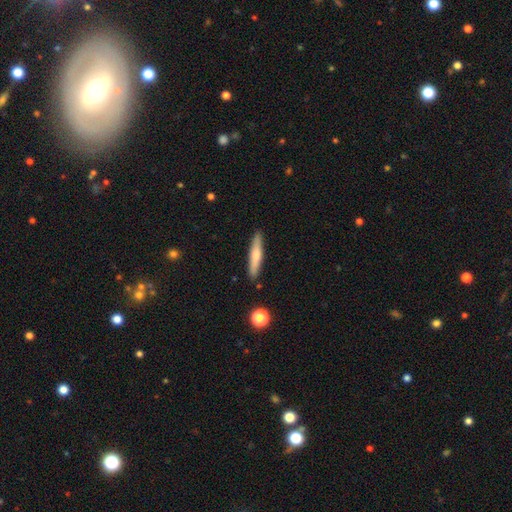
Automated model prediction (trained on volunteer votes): Smooth or featured? smooth (58%)
How rounded? cigar-shaped (90%)
Merging? none (89%)